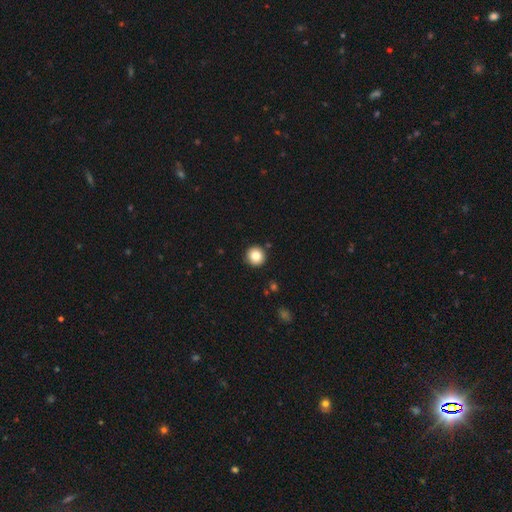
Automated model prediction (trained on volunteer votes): Q: Smooth or featured?
A: smooth (83%); runner-up: star or artifact (10%)
Q: How rounded?
A: round (95%); runner-up: in between (4%)
Q: Merging?
A: none (91%); runner-up: minor disturbance (5%)